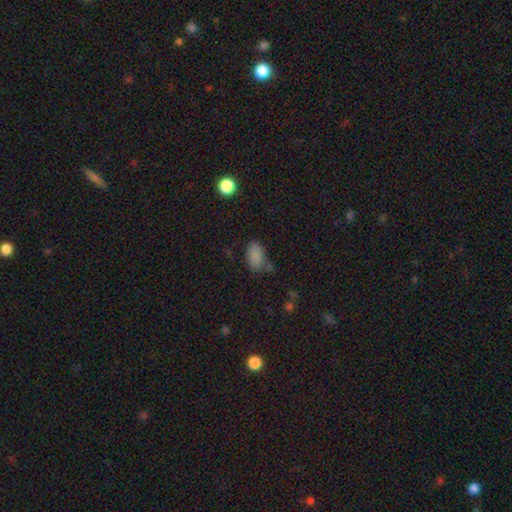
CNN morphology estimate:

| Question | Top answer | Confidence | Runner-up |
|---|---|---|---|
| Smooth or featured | smooth | 82% | star or artifact (12%) |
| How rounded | in between | 91% | round (7%) |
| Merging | none | 58% | minor disturbance (24%) |